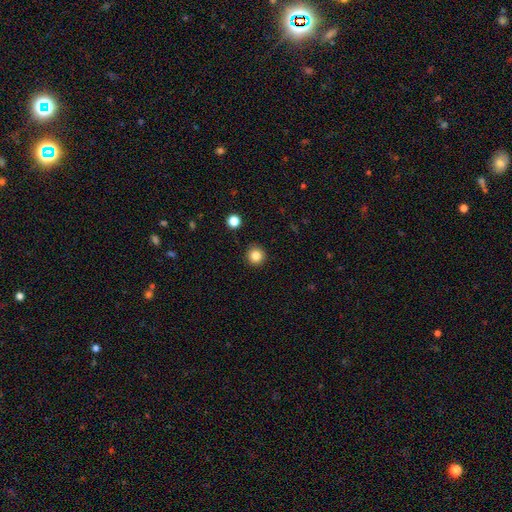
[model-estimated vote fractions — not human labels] Smooth or featured: smooth — 84% (star or artifact — 12%)
How rounded: round — 95% (in between — 4%)
Merging: none — 92% (minor disturbance — 5%)